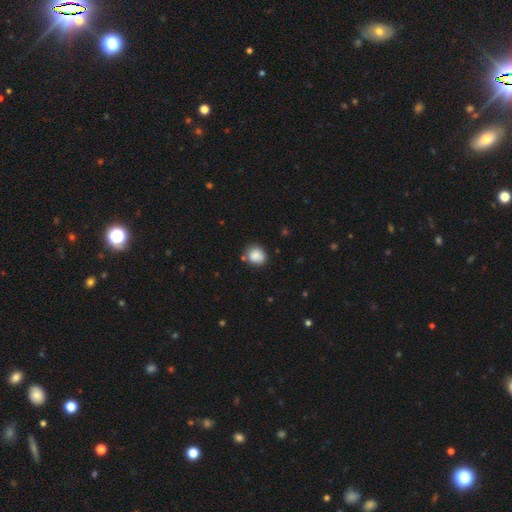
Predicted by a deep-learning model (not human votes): A smooth galaxy with no disk features (86%) that is round (74%).

Vote fractions:
- Smooth or featured? smooth: 86% / star or artifact: 9% / featured or disk: 5%
- How rounded? round: 74% / in between: 25% / cigar-shaped: 1%
- Merging? none: 76% / minor disturbance: 15% / merger: 5% / major disturbance: 3%